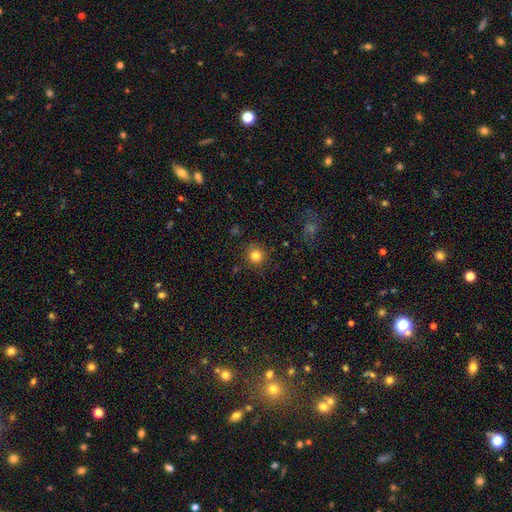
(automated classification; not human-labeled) Overall: smooth (82%). How rounded: round (92%). Merging: none (88%).